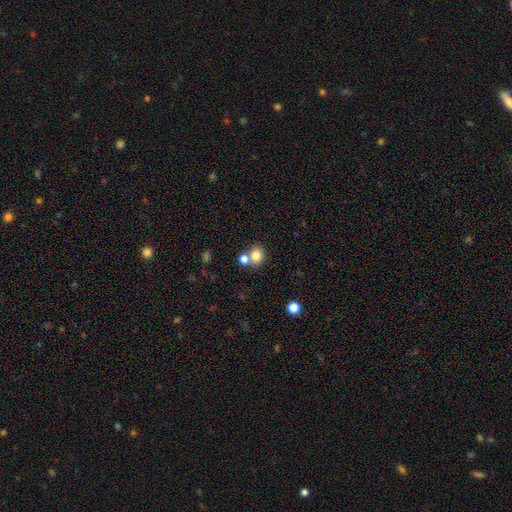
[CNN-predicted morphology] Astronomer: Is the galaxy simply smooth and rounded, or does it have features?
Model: smooth — 80%.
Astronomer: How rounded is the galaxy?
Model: round — 68%.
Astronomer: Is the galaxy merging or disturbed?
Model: none — 55% (runner-up: merger, 33%).